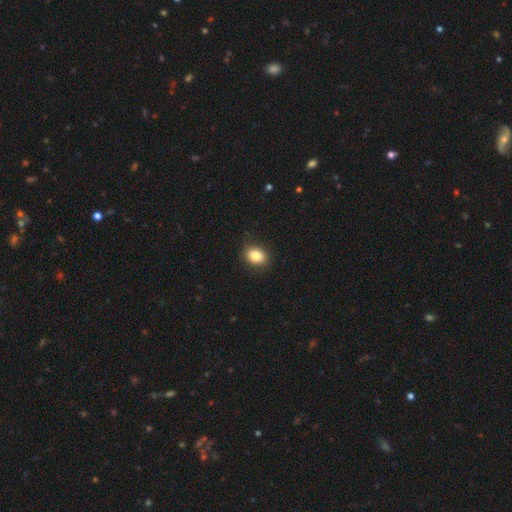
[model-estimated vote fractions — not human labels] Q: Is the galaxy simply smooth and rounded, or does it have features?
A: smooth — 85%.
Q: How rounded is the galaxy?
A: in between — 63%.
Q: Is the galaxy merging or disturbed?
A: none — 88%.